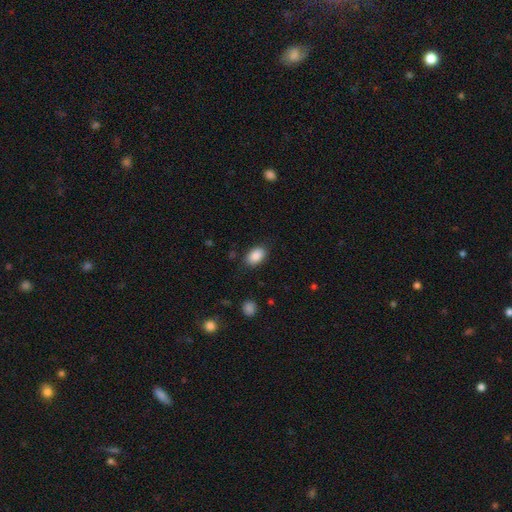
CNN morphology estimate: This appears to be a smooth galaxy with no disk features (88%) that is in between round and cigar-shaped (89%). Merging: none (84%).